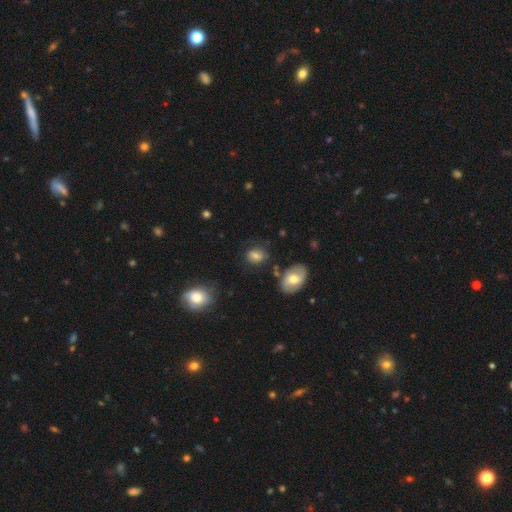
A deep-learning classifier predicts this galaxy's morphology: This is likely a smooth galaxy (74%). How rounded: possibly in between (55%). Merging: likely none (71%).